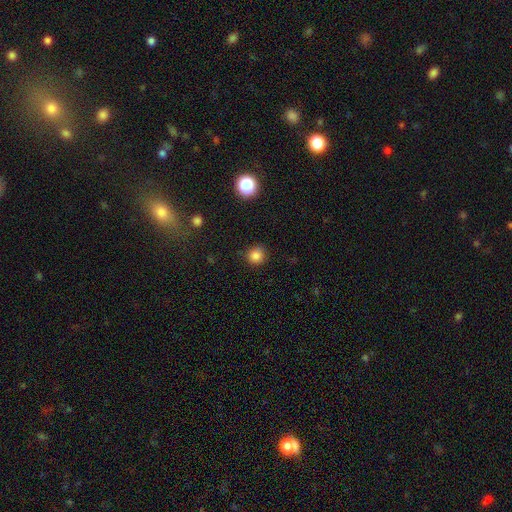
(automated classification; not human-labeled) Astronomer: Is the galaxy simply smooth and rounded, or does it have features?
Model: smooth — 84%.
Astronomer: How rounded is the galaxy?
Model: round — 92%.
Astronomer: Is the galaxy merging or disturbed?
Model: none — 88%.